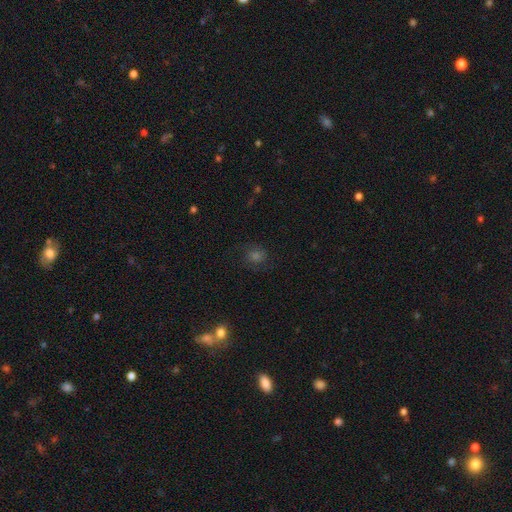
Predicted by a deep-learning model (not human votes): This is marginally a smooth galaxy (44%). Merging: likely none (79%).